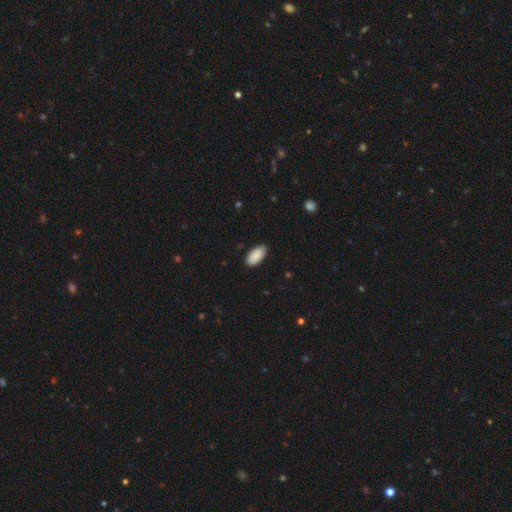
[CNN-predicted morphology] This appears to be a smooth galaxy with no disk features (89%) that is in between round and cigar-shaped (95%). Merging: none (83%).